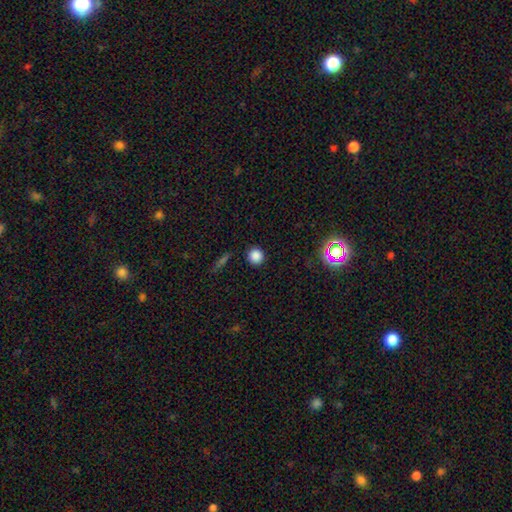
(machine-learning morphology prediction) A smooth galaxy with no disk features (83%) that is round (94%).

Vote fractions:
- Smooth or featured? smooth: 83% / star or artifact: 13% / featured or disk: 4%
- How rounded? round: 94% / in between: 5% / cigar-shaped: 1%
- Merging? none: 90% / minor disturbance: 6% / major disturbance: 2% / merger: 2%